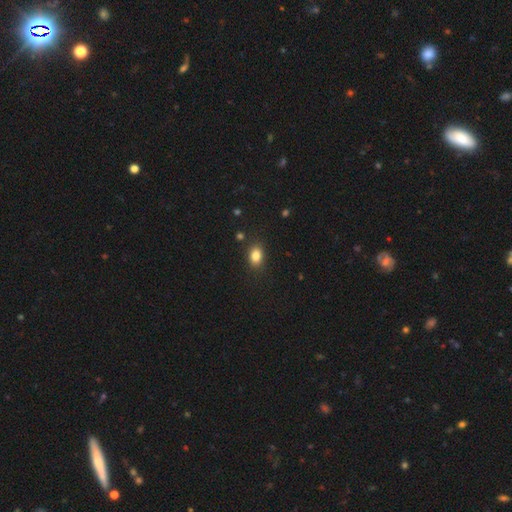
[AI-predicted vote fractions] Smooth or featured: smooth — 84% (star or artifact — 10%)
How rounded: in between — 74% (round — 25%)
Merging: none — 85% (minor disturbance — 10%)